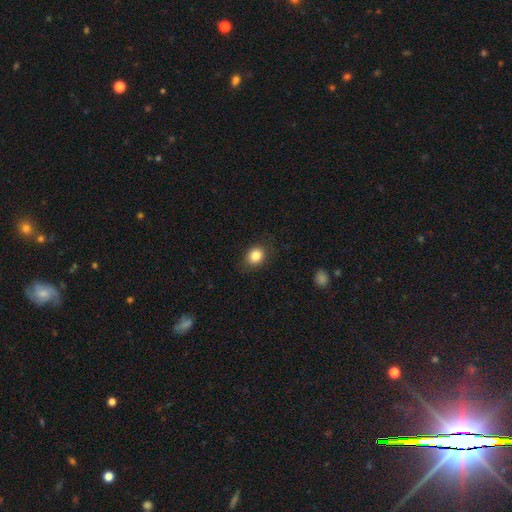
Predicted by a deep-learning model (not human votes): Smooth or featured? Predicted: smooth (p=0.84). How rounded? Predicted: round (p=0.59). Merging? Predicted: none (p=0.83).